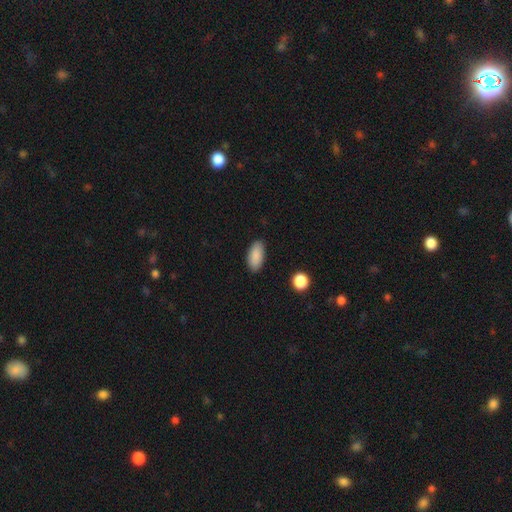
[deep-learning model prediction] Morphology: type=smooth (89%); roundness=in between (91%); merging=none (87%).